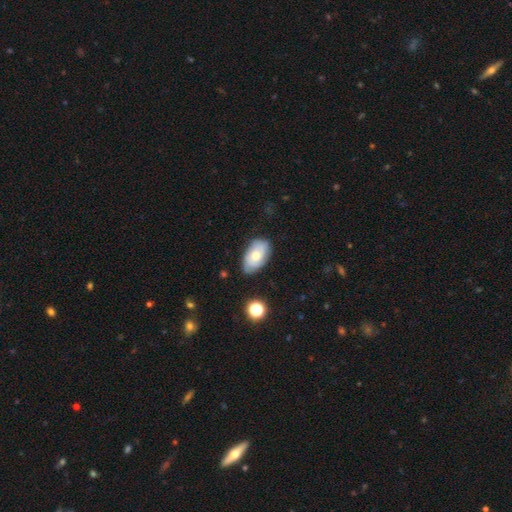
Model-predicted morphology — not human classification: The model was most divided on "smooth or featured": smooth: 56%, featured or disk: 36%, star or artifact: 8%. More confident: how rounded — in between (91%); merging — none (74%).